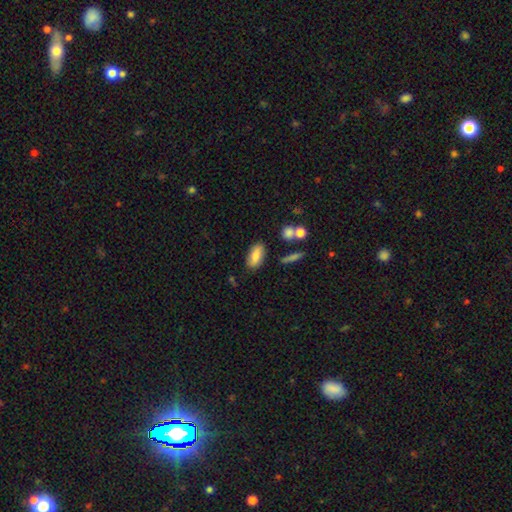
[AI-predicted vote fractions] Smooth or featured?
  - smooth: 80% *
  - featured or disk: 12%
  - star or artifact: 8%
How rounded?
  - in between: 87% *
  - cigar-shaped: 10%
  - round: 4%
Merging?
  - none: 80% *
  - minor disturbance: 13%
  - merger: 4%
  - major disturbance: 3%